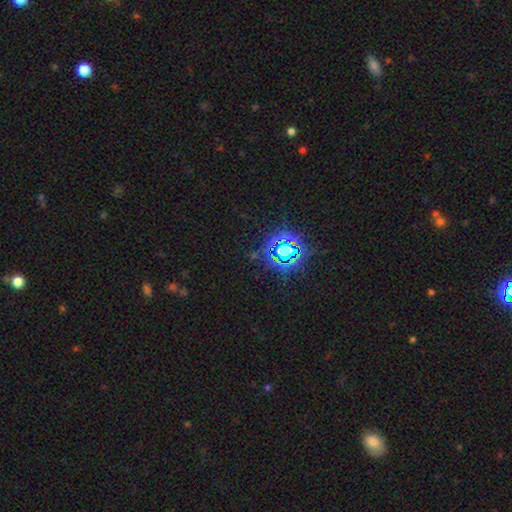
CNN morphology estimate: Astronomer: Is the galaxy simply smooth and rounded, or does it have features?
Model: star or artifact — 80%.